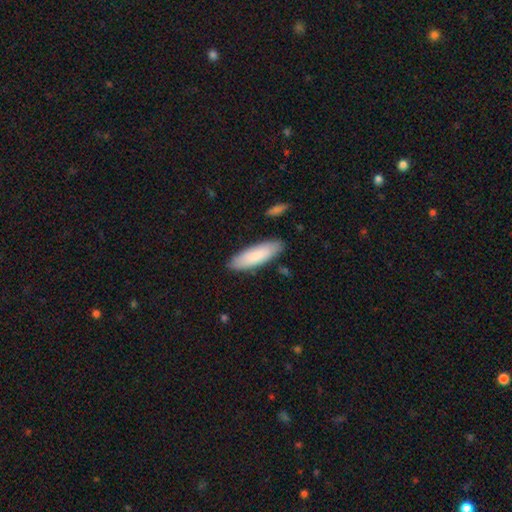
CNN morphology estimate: Smooth or featured? Predicted: smooth (p=0.85). How rounded? Predicted: cigar-shaped (p=0.51). Merging? Predicted: none (p=0.87).